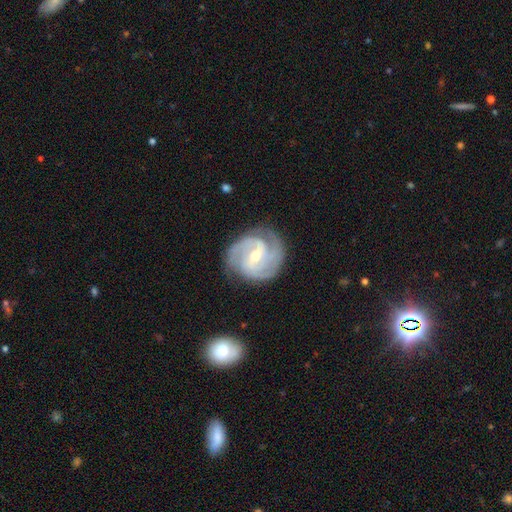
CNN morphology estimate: smooth_or_featured: featured or disk (p=0.91) [alt: smooth p=0.05]
disk_edge_on: no (p=0.98) [alt: yes p=0.02]
bar: weak (p=0.50) [alt: strong p=0.30]
has_spiral_arms: yes (p=0.98) [alt: no p=0.02]
spiral_winding: tight (p=0.54) [alt: medium p=0.39]
spiral_arm_count: 3 (p=0.46) [alt: 2 p=0.28]
bulge_size: small (p=0.48) [tied with: moderate p=0.48]
merging: none (p=0.80) [alt: minor disturbance p=0.14]